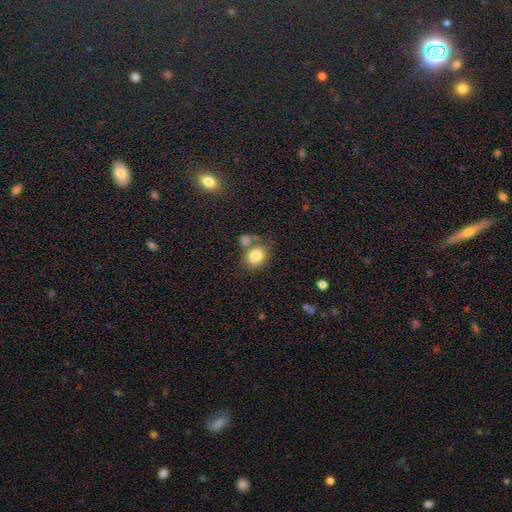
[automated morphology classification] Smooth or featured? smooth (82%)
How rounded? round (50%)
Merging? none (57%)